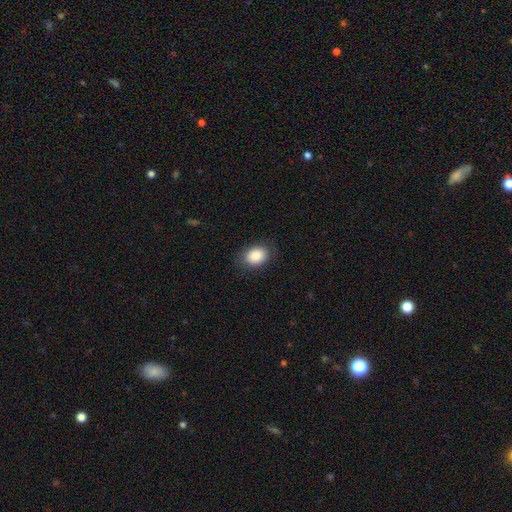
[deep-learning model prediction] Morphology: type=smooth (87%); roundness=in between (70%); merging=none (85%).